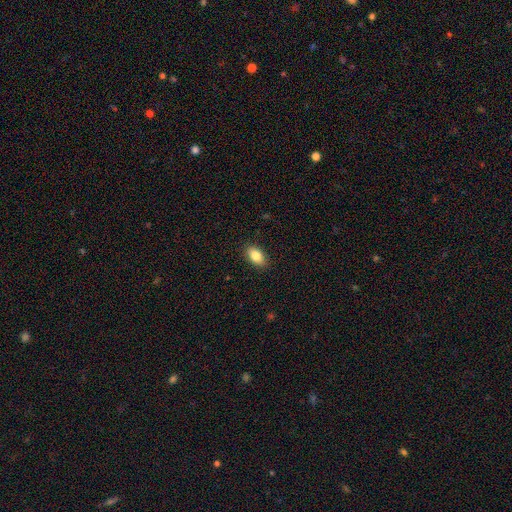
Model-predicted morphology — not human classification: smooth 85%, star or artifact 8%, featured or disk 7%. Down the decision tree: how rounded — in between (91%); merging — none (89%).